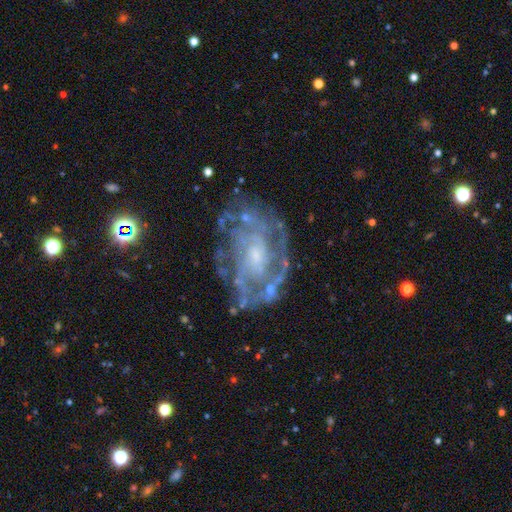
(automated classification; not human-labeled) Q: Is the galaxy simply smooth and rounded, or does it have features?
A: featured or disk — 83%.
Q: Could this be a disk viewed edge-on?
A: no — 96%.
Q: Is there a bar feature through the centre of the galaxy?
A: no — 67%.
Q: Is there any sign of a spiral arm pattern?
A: yes — 83%.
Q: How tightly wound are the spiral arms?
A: tight — 58%.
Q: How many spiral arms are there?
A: can't tell — 46%.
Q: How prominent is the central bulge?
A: small — 55%.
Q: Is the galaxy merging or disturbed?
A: none — 67%.